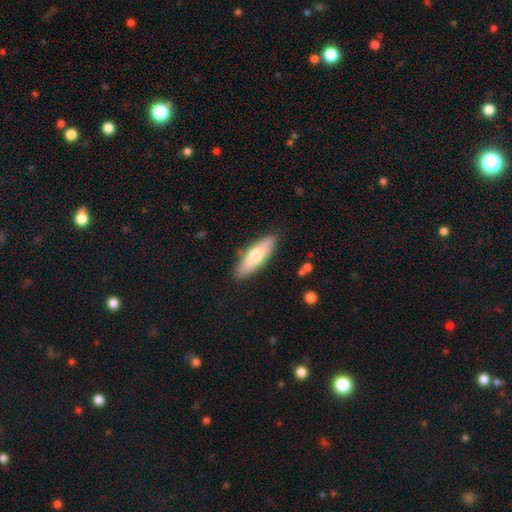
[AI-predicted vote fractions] This appears to be a smooth galaxy with no disk features (69%) that is in between round and cigar-shaped (49%, tied with cigar-shaped). Merging: none (86%).